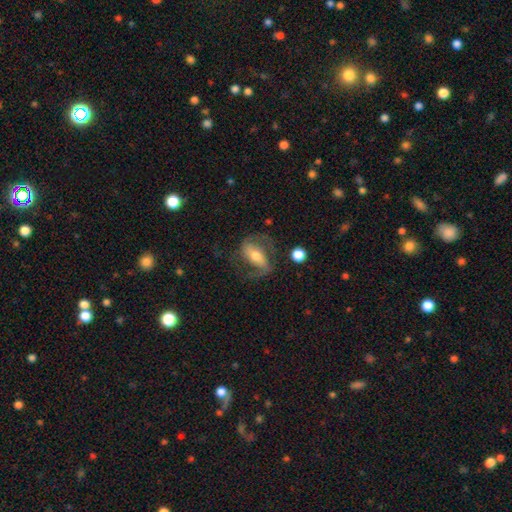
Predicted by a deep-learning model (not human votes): A featured or disk galaxy (72%) with a strong bar (49%), 2 (86%) medium (49%) spiral arms (87%) and a moderate central bulge (65%). Merging: none (62%).